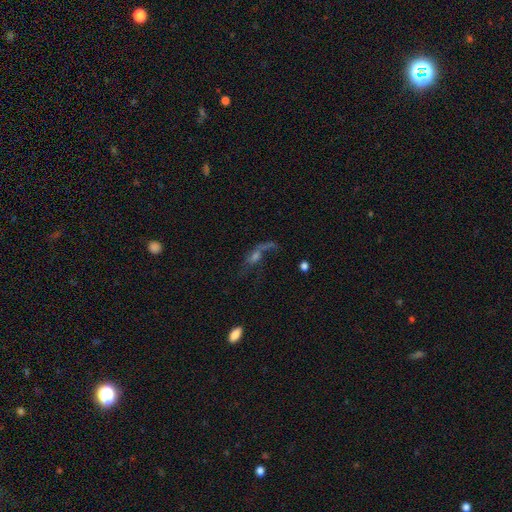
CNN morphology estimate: The model was most divided on "merging": major disturbance: 39%, none: 36%, minor disturbance: 15%, merger: 10%. More confident: edge-on disk — no (81%); smooth or featured — featured or disk (56%).